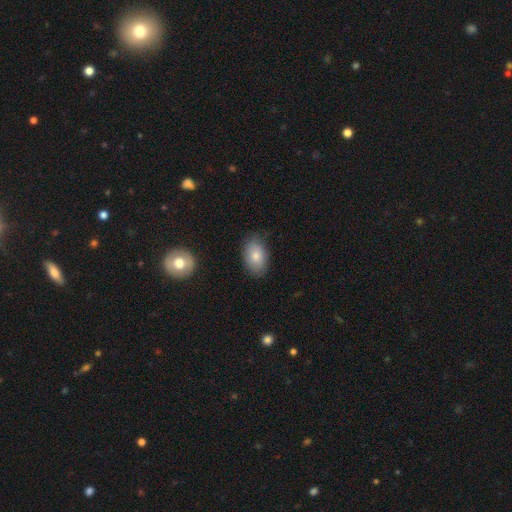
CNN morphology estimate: Q: Smooth or featured?
A: smooth (80%); runner-up: featured or disk (12%)
Q: How rounded?
A: in between (88%); runner-up: round (10%)
Q: Merging?
A: none (81%); runner-up: minor disturbance (14%)